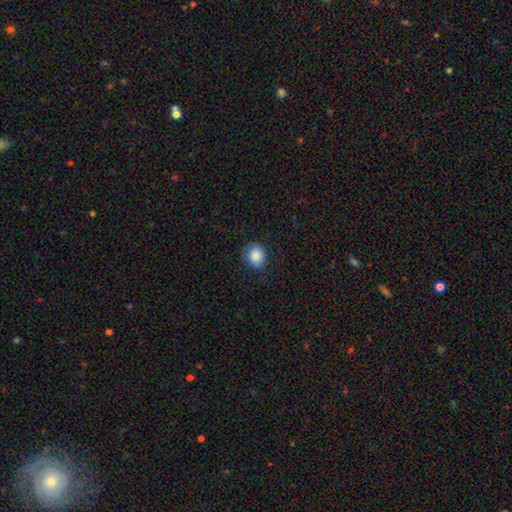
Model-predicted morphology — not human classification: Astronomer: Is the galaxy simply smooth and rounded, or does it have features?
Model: smooth — 83%.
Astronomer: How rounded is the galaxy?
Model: round — 60% (runner-up: in between, 39%).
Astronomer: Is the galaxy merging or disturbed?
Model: none — 75%.